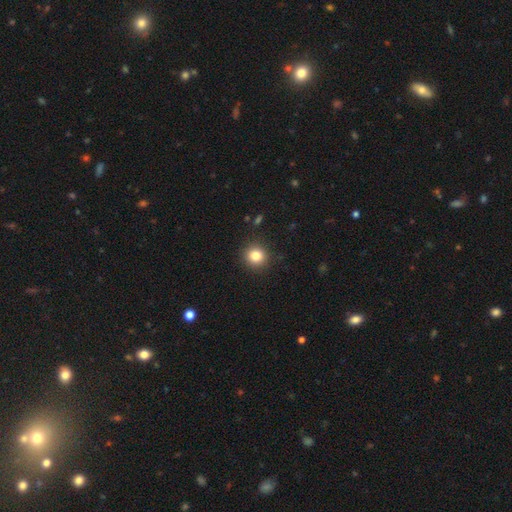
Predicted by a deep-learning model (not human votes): This appears to be a smooth galaxy with no disk features (83%) that is round (90%). Merging: none (90%).